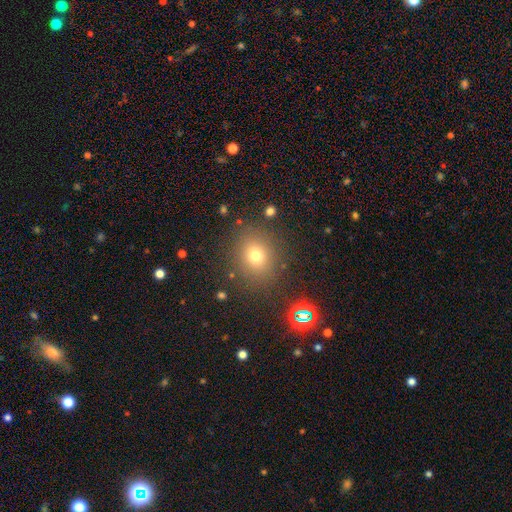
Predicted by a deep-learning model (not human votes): Overall: smooth (71%). How rounded: round (71%). Merging: none (85%).